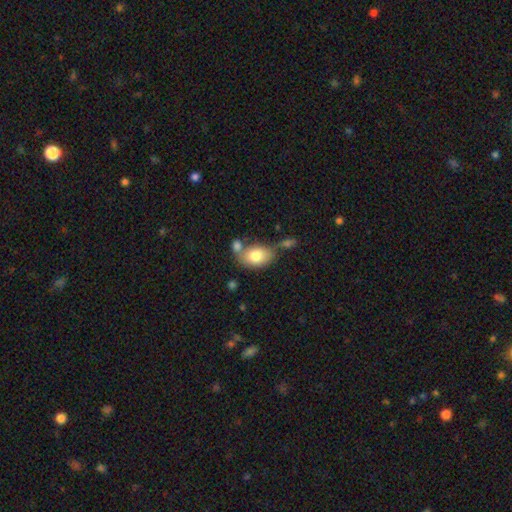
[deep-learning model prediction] smooth 78%, featured or disk 14%, star or artifact 7%. Down the decision tree: how rounded — in between (80%); merging — none (45%).